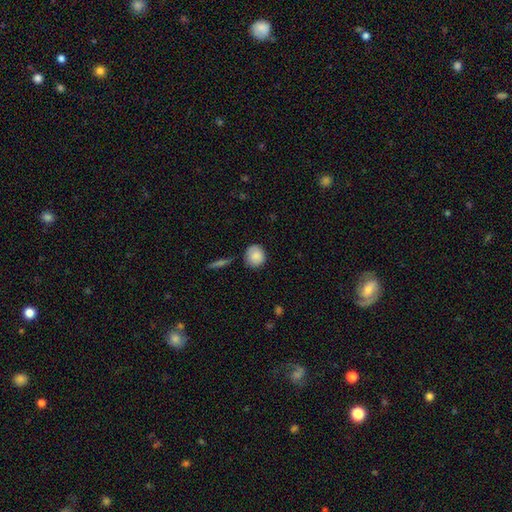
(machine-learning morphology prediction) smooth-or-featured: smooth: 86% | star or artifact: 7% | featured or disk: 7%
  how-rounded: round: 84% | in between: 14% | cigar-shaped: 1%
  merging: none: 79% | minor disturbance: 15% | major disturbance: 3% | merger: 2%